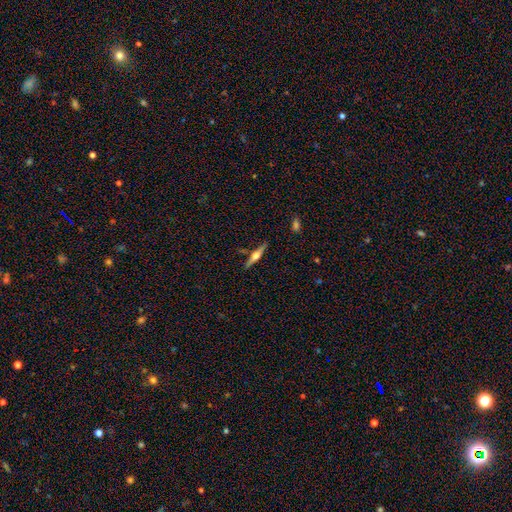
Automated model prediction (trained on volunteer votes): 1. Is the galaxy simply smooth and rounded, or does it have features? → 74% featured or disk, 20% smooth, 6% star or artifact.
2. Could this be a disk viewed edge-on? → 98% yes, 2% no.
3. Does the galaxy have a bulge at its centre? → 92% rounded, 5% boxy, 2% none.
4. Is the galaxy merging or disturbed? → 87% none, 8% minor disturbance, 3% merger, 2% major disturbance.